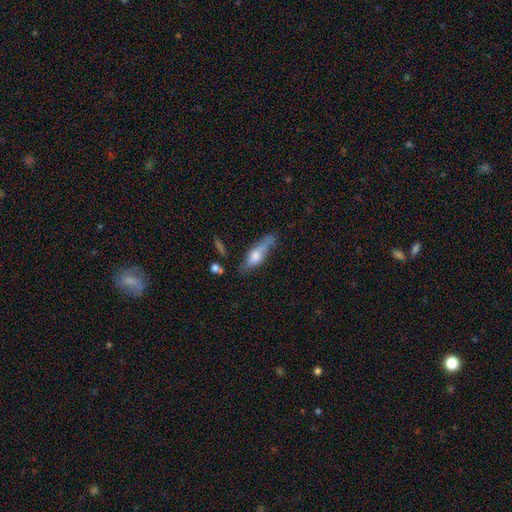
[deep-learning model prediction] This appears to be a smooth galaxy with no disk features (54%) that is cigar-shaped (62%). Merging: none (53%).